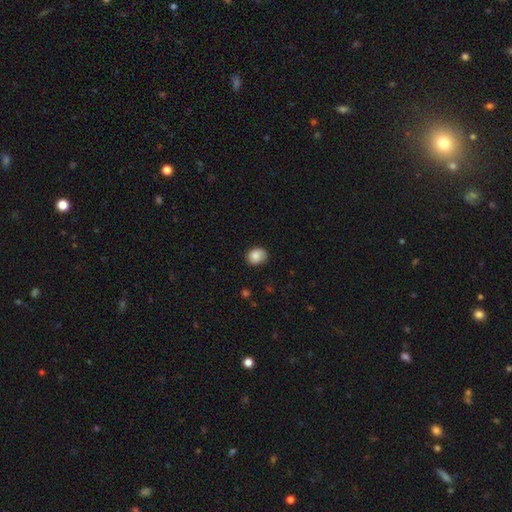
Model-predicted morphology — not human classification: Smooth or featured? Predicted: smooth (p=0.84). How rounded? Predicted: round (p=0.60). Merging? Predicted: none (p=0.77).